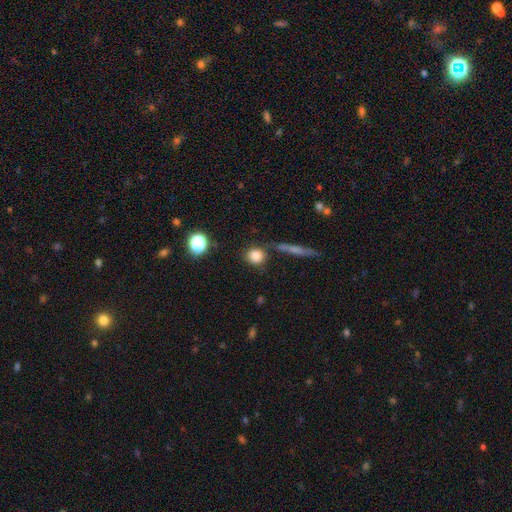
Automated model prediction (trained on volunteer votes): This appears to be a smooth galaxy with no disk features (83%) that is round (86%). Merging: none (77%).